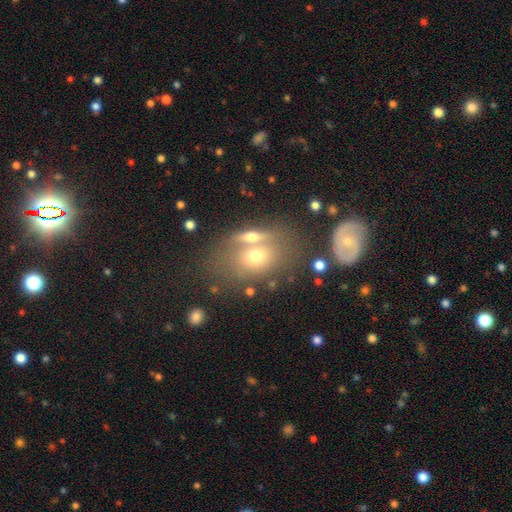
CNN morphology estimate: A smooth galaxy with no disk features (56%) that is in between round and cigar-shaped (68%). Merging: none (45%).